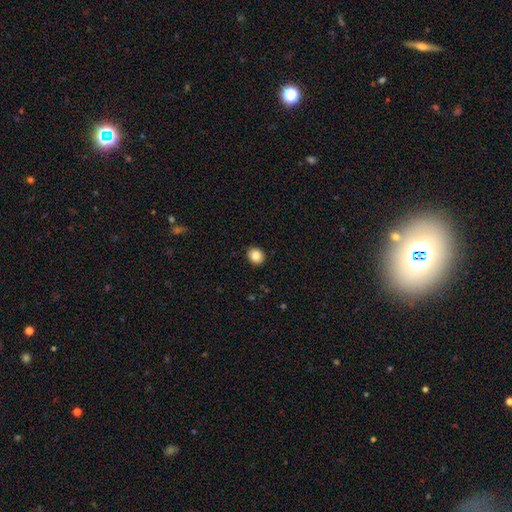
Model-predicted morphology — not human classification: type=smooth (86%); roundness=round (66%); merging=none (89%).